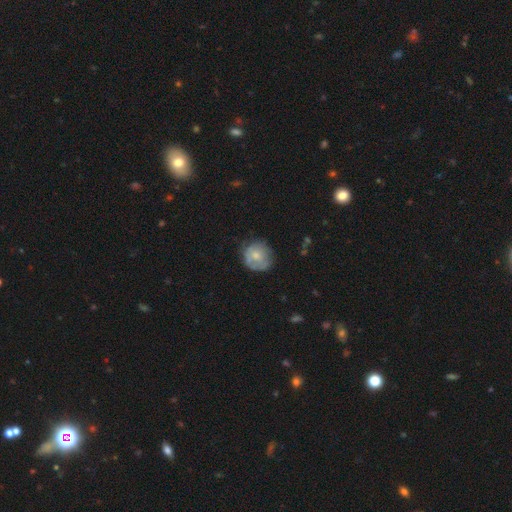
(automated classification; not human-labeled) Smooth or featured?
  - smooth: 60% *
  - featured or disk: 33%
  - star or artifact: 7%
How rounded?
  - round: 86% *
  - in between: 13%
  - cigar-shaped: 1%
Merging?
  - none: 65% *
  - minor disturbance: 24%
  - major disturbance: 9%
  - merger: 2%